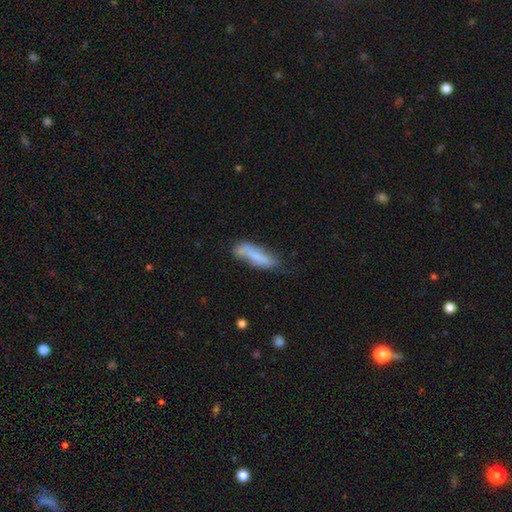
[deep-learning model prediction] A smooth galaxy with no disk features (67%) that is cigar-shaped (61%).

Vote fractions:
- Smooth or featured? smooth: 67% / featured or disk: 25% / star or artifact: 8%
- How rounded? cigar-shaped: 61% / in between: 37% / round: 2%
- Merging? none: 53% / minor disturbance: 31% / major disturbance: 12% / merger: 5%